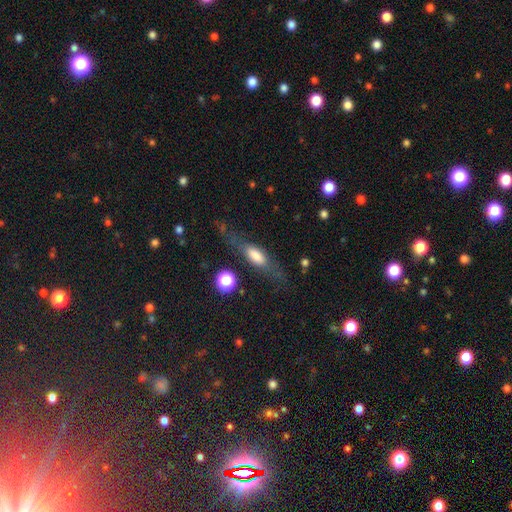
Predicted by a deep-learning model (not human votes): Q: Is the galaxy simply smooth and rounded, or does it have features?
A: smooth — 55%.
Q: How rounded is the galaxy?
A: cigar-shaped — 53%.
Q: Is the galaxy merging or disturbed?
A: none — 69%.